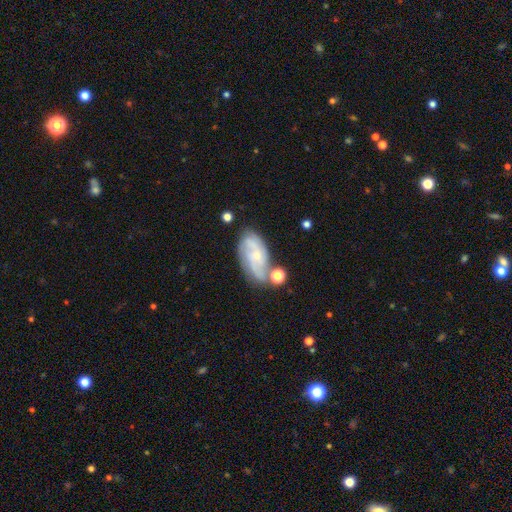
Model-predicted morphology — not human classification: A featured or disk galaxy (72%) with no bar (68%), 2 (41%) medium (42%) spiral arms (90%) and a small central bulge (72%). Merging: none (55%).